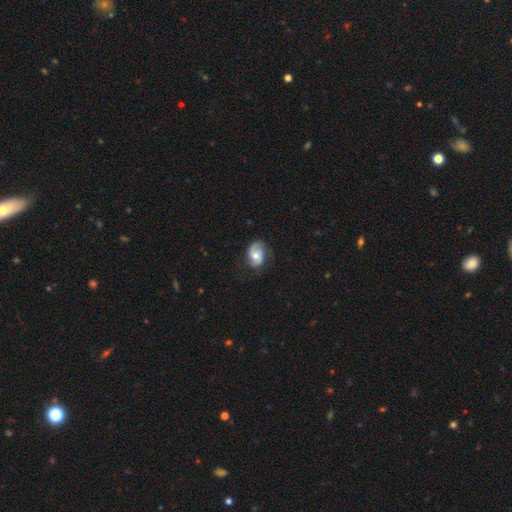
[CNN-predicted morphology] Smooth or featured? Predicted: featured or disk (p=0.62). Edge-on disk? Predicted: no (p=0.97). Bar? Predicted: no (p=0.63). Spiral arms? Predicted: yes (p=0.87). Spiral winding? Predicted: medium (p=0.41). Spiral arm count? Predicted: 2 (p=0.74). Bulge size? Predicted: moderate (p=0.68). Merging? Predicted: none (p=0.66).